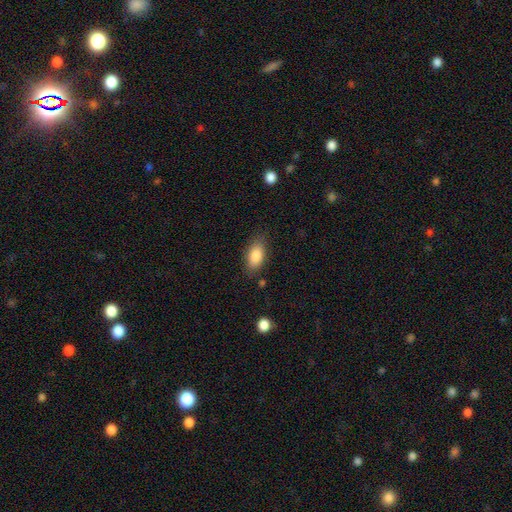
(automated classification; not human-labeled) This is clearly a smooth galaxy (86%). How rounded: clearly in between (89%). Merging: likely none (79%).